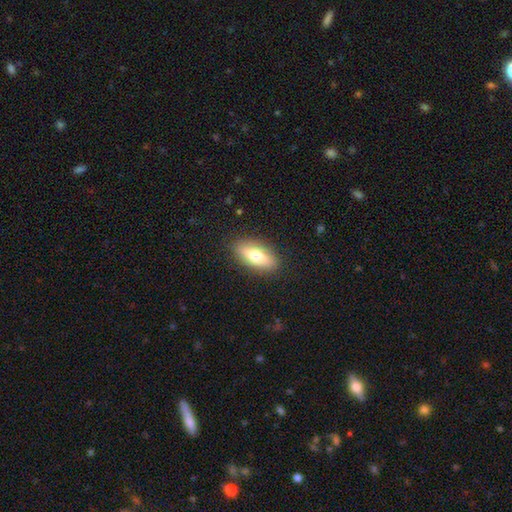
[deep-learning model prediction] This appears to be a smooth galaxy with no disk features (70%) that is in between round and cigar-shaped (79%). Merging: none (87%).